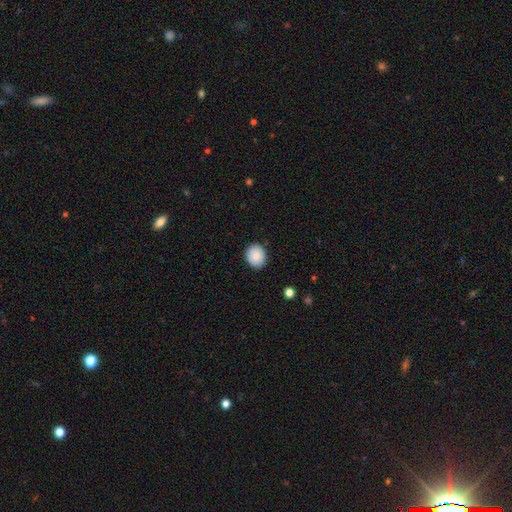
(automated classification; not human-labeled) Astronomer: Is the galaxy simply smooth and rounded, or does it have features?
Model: smooth — 87%.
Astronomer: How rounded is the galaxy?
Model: round — 72%.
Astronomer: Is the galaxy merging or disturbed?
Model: none — 87%.